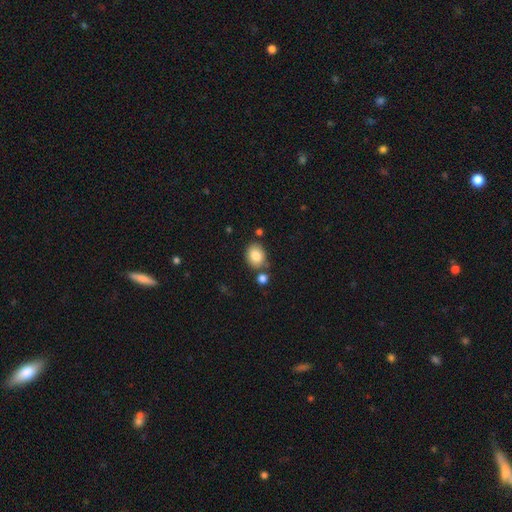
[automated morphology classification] A smooth galaxy with no disk features (84%) that is in between round and cigar-shaped (55%).

Vote fractions:
- Smooth or featured? smooth: 84% / star or artifact: 8% / featured or disk: 8%
- How rounded? in between: 55% / round: 44% / cigar-shaped: 1%
- Merging? none: 72% / minor disturbance: 13% / merger: 12% / major disturbance: 3%